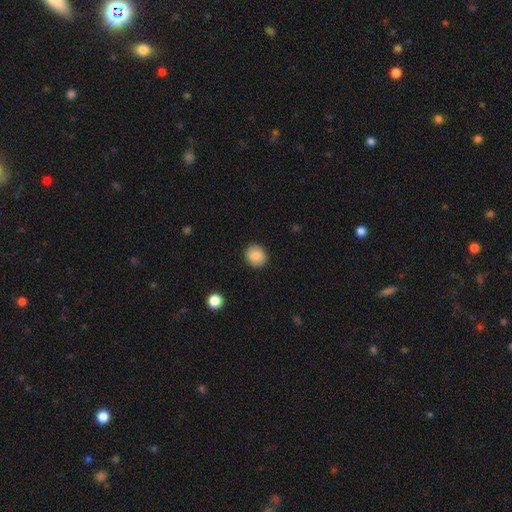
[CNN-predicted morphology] A smooth galaxy with no disk features (86%) that is round (84%). Merging: none (91%).